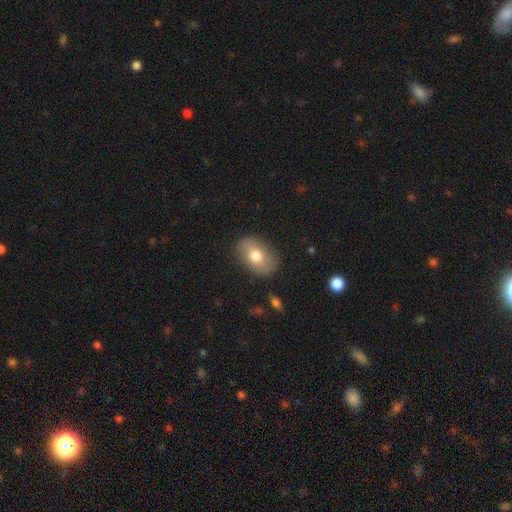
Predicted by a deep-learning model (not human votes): This appears to be a smooth galaxy with no disk features (70%) that is in between round and cigar-shaped (82%). Merging: none (82%).